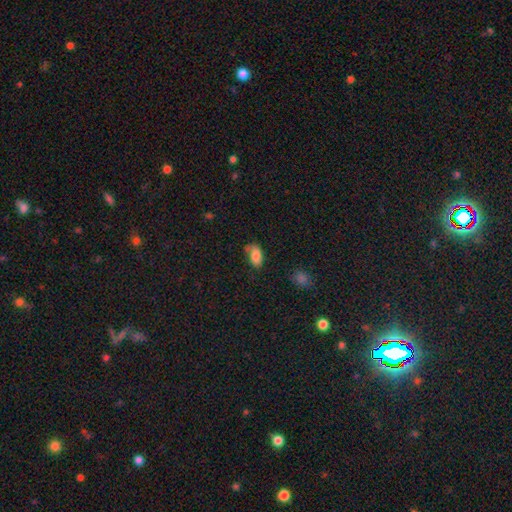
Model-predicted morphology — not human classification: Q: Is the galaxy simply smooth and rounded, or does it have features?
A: smooth — 81%.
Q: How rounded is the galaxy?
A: in between — 93%.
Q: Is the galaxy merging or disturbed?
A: none — 48%.